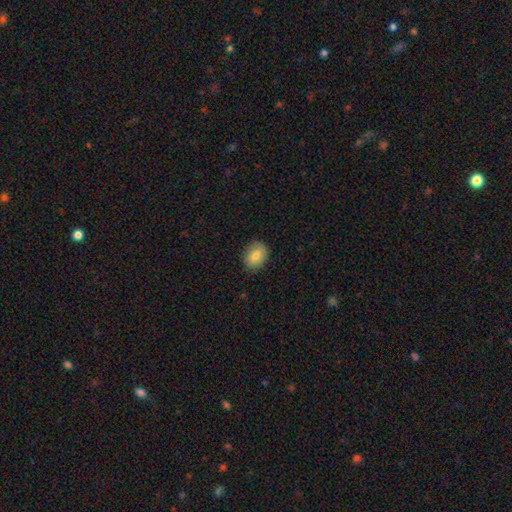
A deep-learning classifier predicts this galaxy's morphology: smooth 79%, featured or disk 13%, star or artifact 8%. Down the decision tree: how rounded — in between (56%); merging — none (83%).